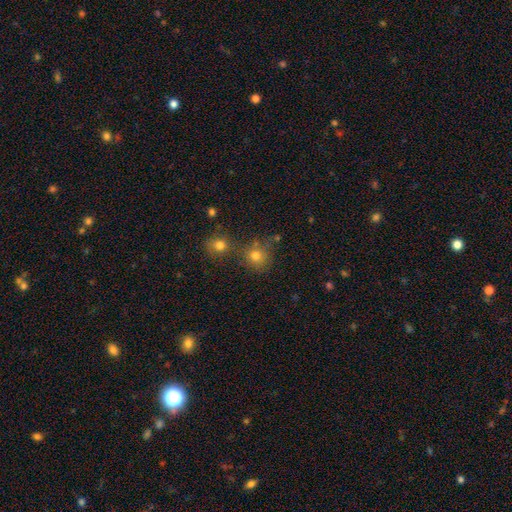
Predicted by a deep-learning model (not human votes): A smooth galaxy with no disk features (76%) that is round (87%). Merging: none (63%).